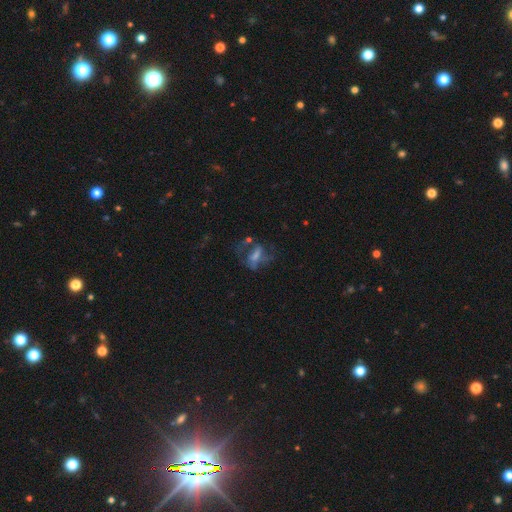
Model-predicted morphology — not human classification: A featured or disk galaxy (57%) with a weak bar (37%), spiral arms (56%) and a moderate central bulge (31%, tied with small).

Vote fractions:
- Smooth or featured? featured or disk: 57% / smooth: 25% / star or artifact: 18%
- Edge-on disk? no: 91% / yes: 9%
- Bar? weak: 37% / no: 33% / strong: 30%
- Spiral arms? yes: 56% / no: 44%
- Bulge size? moderate: 31% (tied) / small: 31% (tied) / none: 25% / large: 10% / dominant: 2%
- Merging? none: 42% / major disturbance: 35% / minor disturbance: 18% / merger: 6%